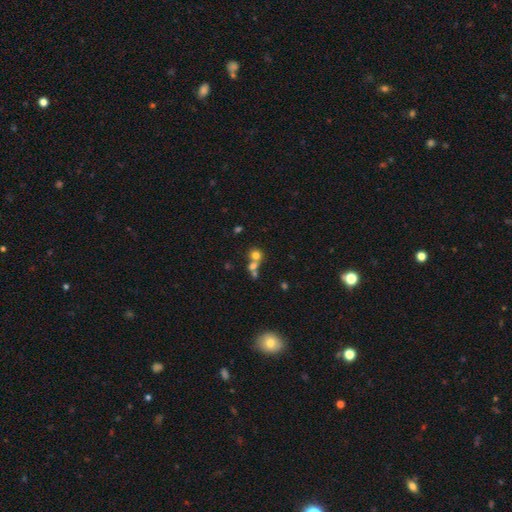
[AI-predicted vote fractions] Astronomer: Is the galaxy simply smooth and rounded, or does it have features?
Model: smooth — 70%.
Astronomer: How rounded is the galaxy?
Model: round — 84%.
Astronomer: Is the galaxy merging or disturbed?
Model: merger — 48% (runner-up: none, 41%).